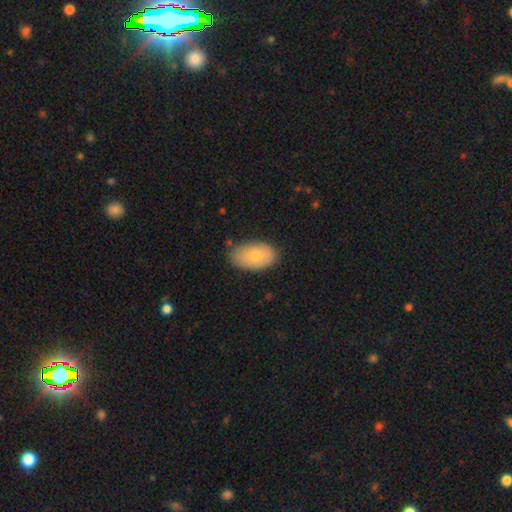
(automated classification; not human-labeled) A smooth galaxy with no disk features (76%) that is in between round and cigar-shaped (93%).

Vote fractions:
- Smooth or featured? smooth: 76% / featured or disk: 17% / star or artifact: 7%
- How rounded? in between: 93% / round: 6% / cigar-shaped: 1%
- Merging? none: 76% / minor disturbance: 19% / major disturbance: 3% / merger: 2%